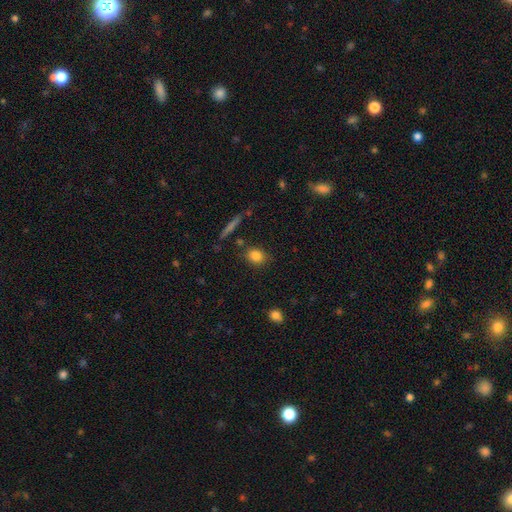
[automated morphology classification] Smooth or featured: smooth — 83% (star or artifact — 10%)
How rounded: round — 58% (in between — 39%)
Merging: none — 81% (minor disturbance — 12%)